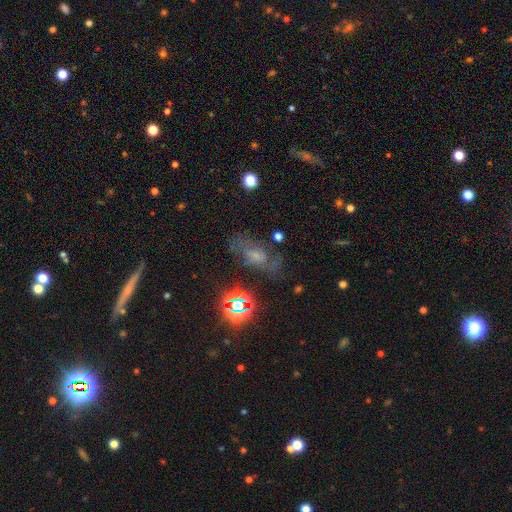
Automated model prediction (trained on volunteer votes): Overall: featured or disk (47%; smooth 33%). Merging: none (53%; minor disturbance 23%).